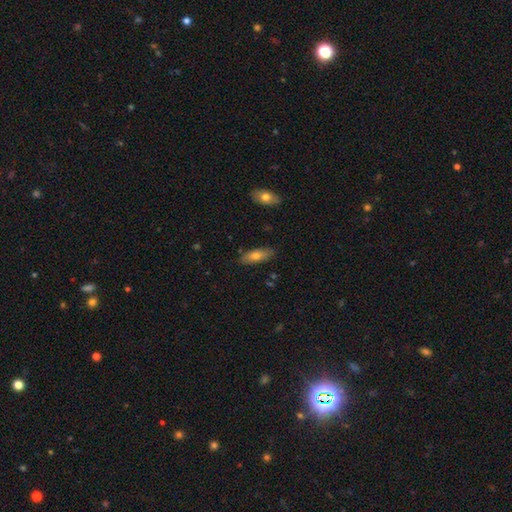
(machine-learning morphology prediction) type=smooth (70%); roundness=in between (71%); merging=none (83%).